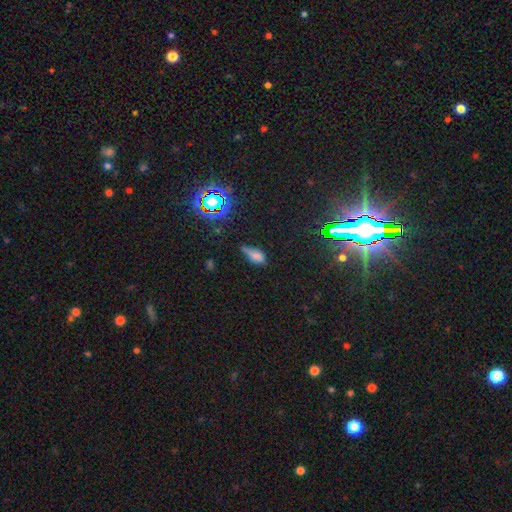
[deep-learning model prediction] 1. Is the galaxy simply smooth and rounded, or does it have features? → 64% smooth, 23% star or artifact, 13% featured or disk.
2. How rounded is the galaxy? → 81% in between, 11% cigar-shaped, 8% round.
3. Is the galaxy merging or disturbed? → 38% minor disturbance, 35% none, 17% major disturbance, 10% merger.